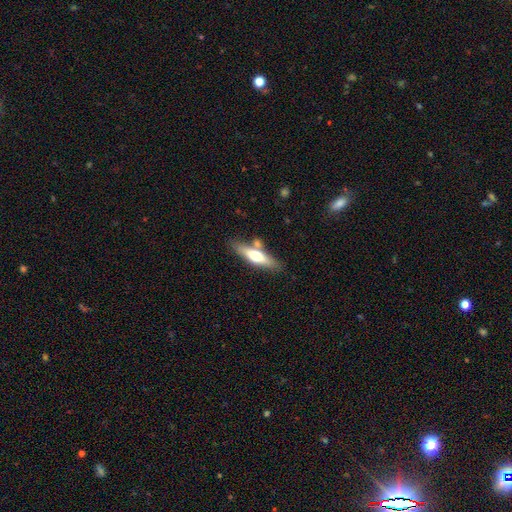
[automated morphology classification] This is possibly a smooth galaxy (47%, tied with featured or disk). Merging: likely none (72%).